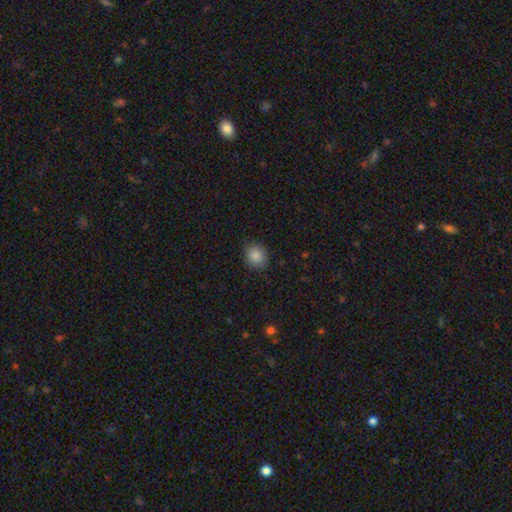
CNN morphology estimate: type=smooth (87%); roundness=round (72%); merging=none (86%).